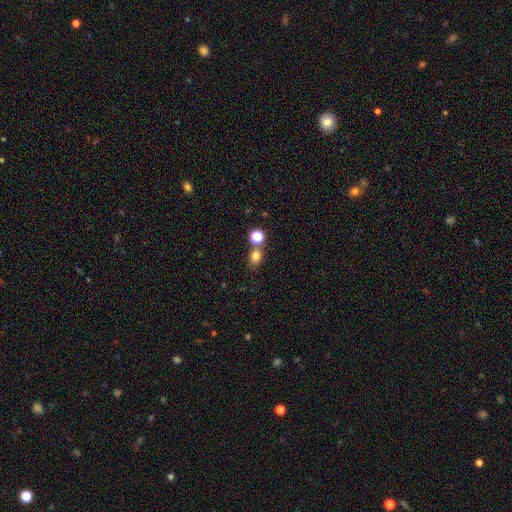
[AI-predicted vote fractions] smooth_or_featured: smooth (p=0.78) [alt: star or artifact p=0.15]
how_rounded: round (p=0.54) [alt: in between p=0.45]
merging: none (p=0.63) [alt: merger p=0.24]